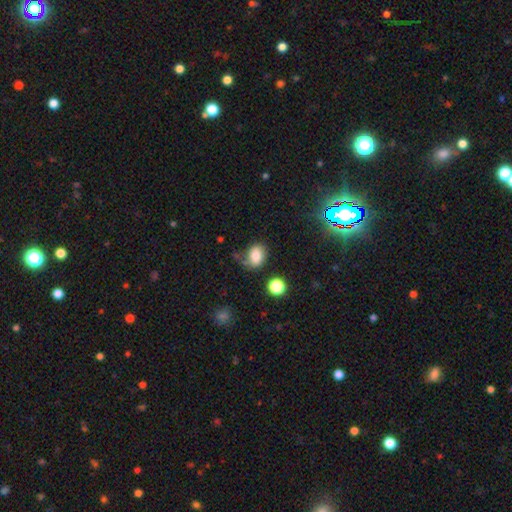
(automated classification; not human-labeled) Q: Smooth or featured?
A: smooth (79%); runner-up: star or artifact (12%)
Q: How rounded?
A: in between (67%); runner-up: round (31%)
Q: Merging?
A: none (60%); runner-up: minor disturbance (23%)